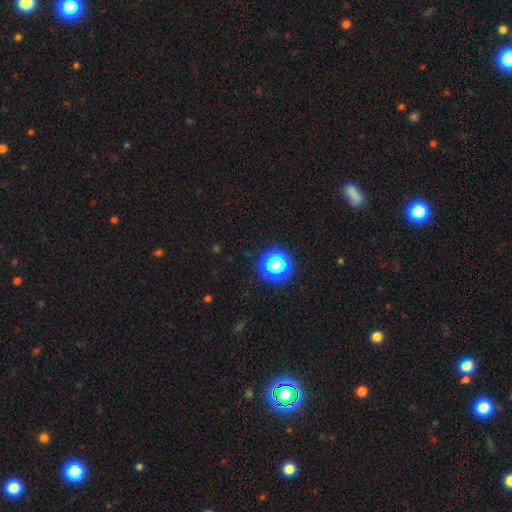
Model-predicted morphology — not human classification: Q: Smooth or featured?
A: star or artifact (68%); runner-up: smooth (25%)